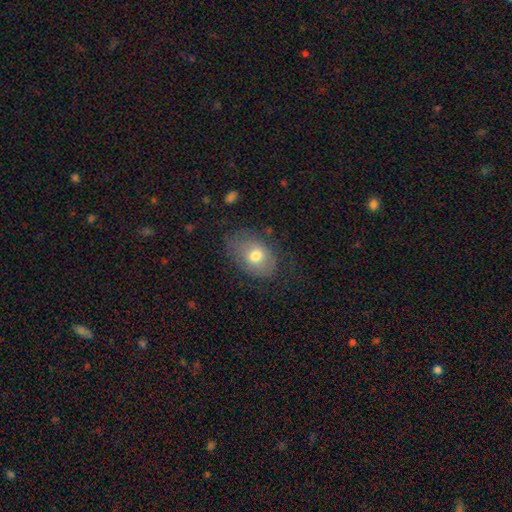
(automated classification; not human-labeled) Smooth or featured: smooth — 67% (featured or disk — 24%)
How rounded: in between — 78% (round — 21%)
Merging: none — 63% (minor disturbance — 23%)